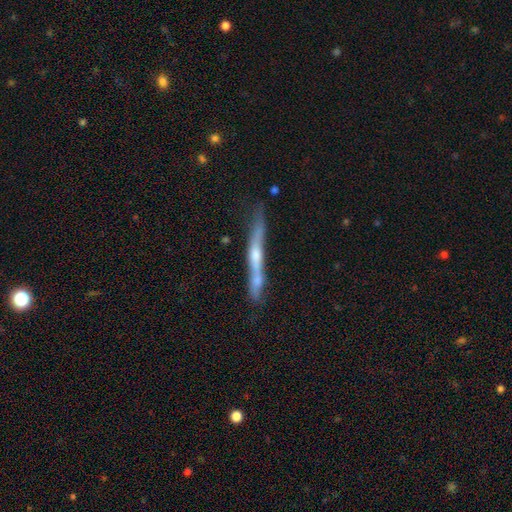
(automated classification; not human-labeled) Smooth or featured?
  - featured or disk: 69% *
  - smooth: 23%
  - star or artifact: 7%
Edge-on disk?
  - yes: 94% *
  - no: 6%
Edge-on bulge?
  - rounded: 64% *
  - none: 29%
  - boxy: 7%
Merging?
  - none: 73% *
  - minor disturbance: 16%
  - merger: 7%
  - major disturbance: 4%